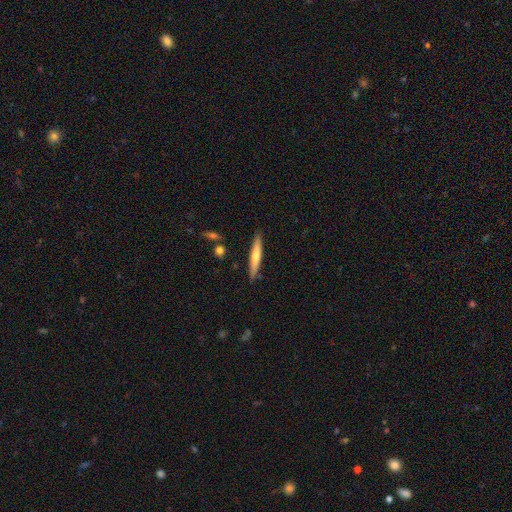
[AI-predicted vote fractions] Overall: smooth (55%; featured or disk 39%). How rounded: cigar-shaped (92%). Merging: none (87%).